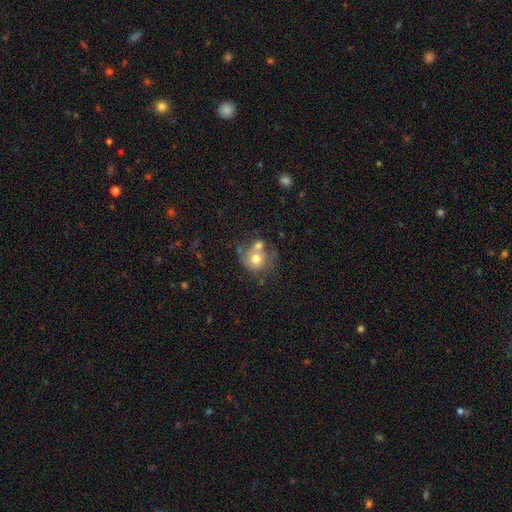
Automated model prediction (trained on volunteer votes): A smooth galaxy with no disk features (55%) that is round (81%).

Vote fractions:
- Smooth or featured? smooth: 55% / featured or disk: 33% / star or artifact: 12%
- How rounded? round: 81% / in between: 18% / cigar-shaped: 1%
- Merging? none: 41% / merger: 34% / minor disturbance: 15% / major disturbance: 10%